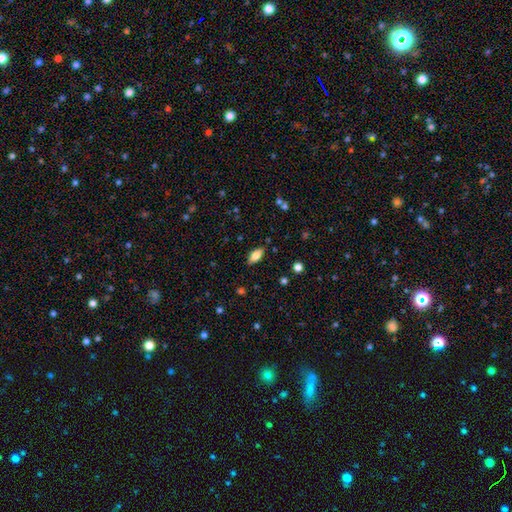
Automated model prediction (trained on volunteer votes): Smooth or featured? Predicted: smooth (p=0.77). How rounded? Predicted: in between (p=0.85). Merging? Predicted: none (p=0.86).